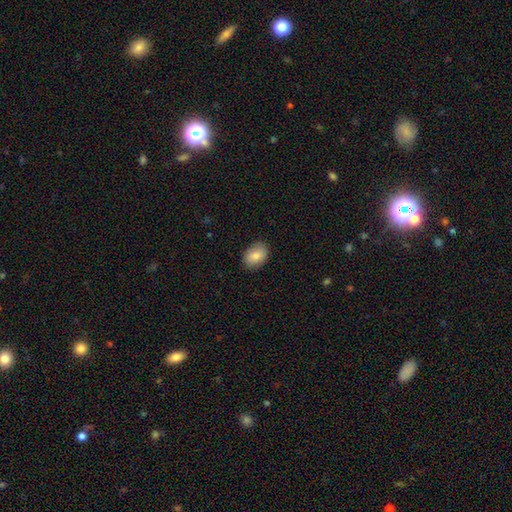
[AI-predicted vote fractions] Smooth or featured? smooth (84%)
How rounded? in between (78%)
Merging? none (87%)